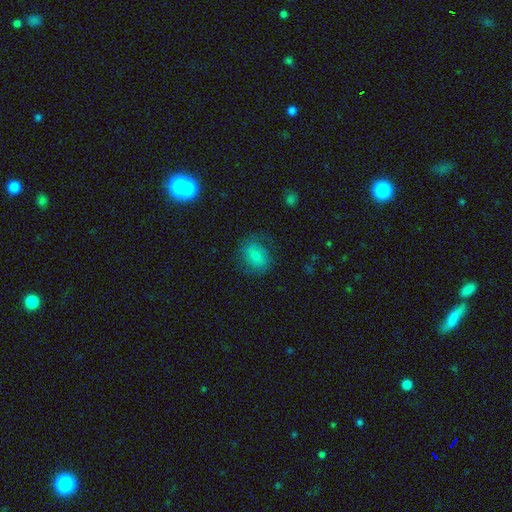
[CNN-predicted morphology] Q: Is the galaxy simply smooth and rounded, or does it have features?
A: smooth — 70%.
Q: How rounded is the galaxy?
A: round — 55%.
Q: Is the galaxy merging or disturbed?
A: none — 73%.